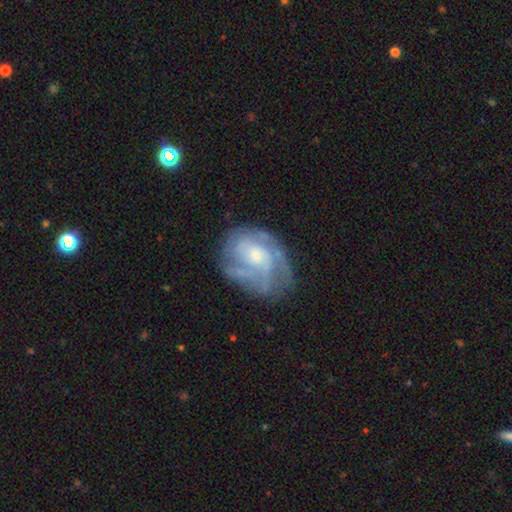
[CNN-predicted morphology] smooth_or_featured: featured or disk (p=0.78) [alt: smooth p=0.16]
disk_edge_on: no (p=0.98) [alt: yes p=0.02]
bar: no (p=0.69) [alt: weak p=0.26]
has_spiral_arms: yes (p=0.87) [alt: no p=0.13]
spiral_winding: tight (p=0.51) [alt: medium p=0.36]
spiral_arm_count: can't tell (p=0.35) [alt: 3 p=0.25]
bulge_size: small (p=0.52) [alt: moderate p=0.38]
merging: none (p=0.58) [alt: minor disturbance p=0.24]